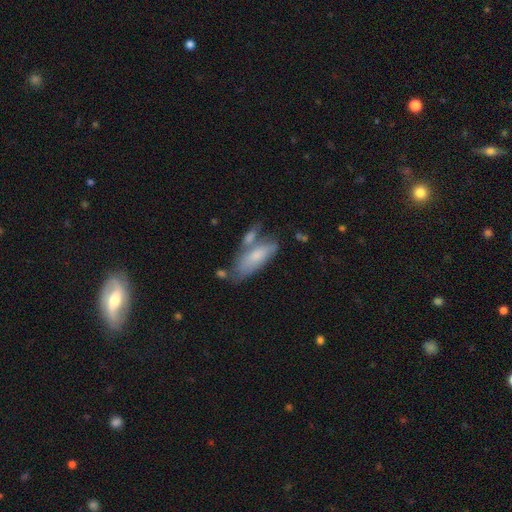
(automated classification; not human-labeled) A smooth galaxy with no disk features (67%) that is in between round and cigar-shaped (69%).

Vote fractions:
- Smooth or featured? smooth: 67% / featured or disk: 26% / star or artifact: 7%
- How rounded? in between: 69% / cigar-shaped: 28% / round: 2%
- Merging? none: 42% / merger: 29% / minor disturbance: 21% / major disturbance: 9%